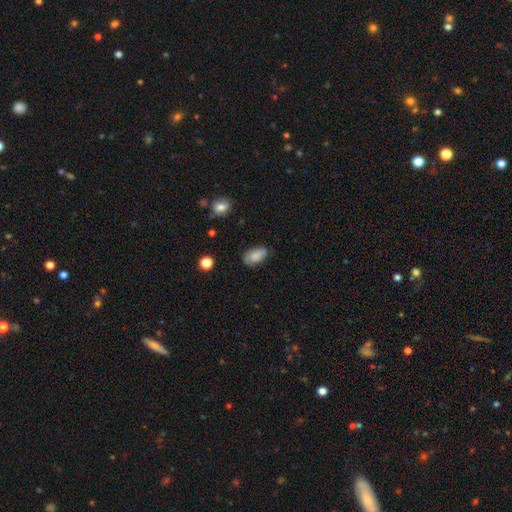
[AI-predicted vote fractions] This is likely a smooth galaxy (75%). How rounded: clearly in between (92%). Merging: likely none (70%).